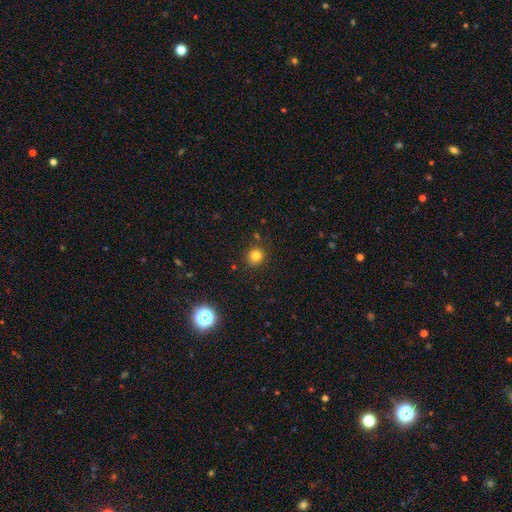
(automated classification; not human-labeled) Q: Smooth or featured?
A: smooth (81%); runner-up: star or artifact (13%)
Q: How rounded?
A: round (89%); runner-up: in between (10%)
Q: Merging?
A: none (86%); runner-up: minor disturbance (9%)